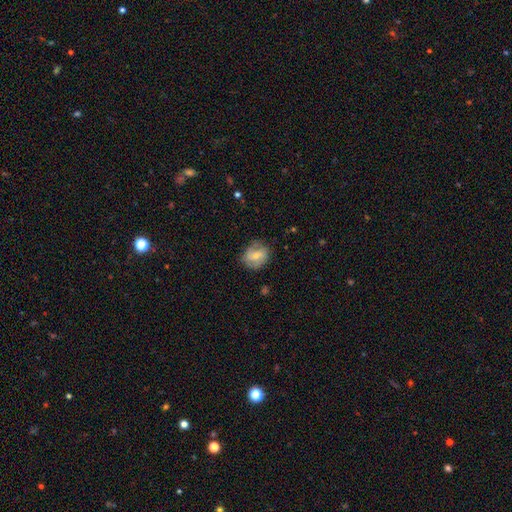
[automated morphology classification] Smooth or featured? featured or disk (48%)
Merging? none (70%)